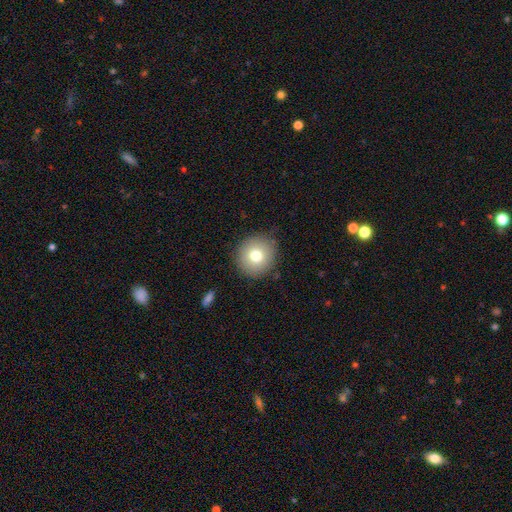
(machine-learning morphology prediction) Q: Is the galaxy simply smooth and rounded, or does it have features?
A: smooth — 76%.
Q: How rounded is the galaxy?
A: round — 92%.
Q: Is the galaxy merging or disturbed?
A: none — 86%.